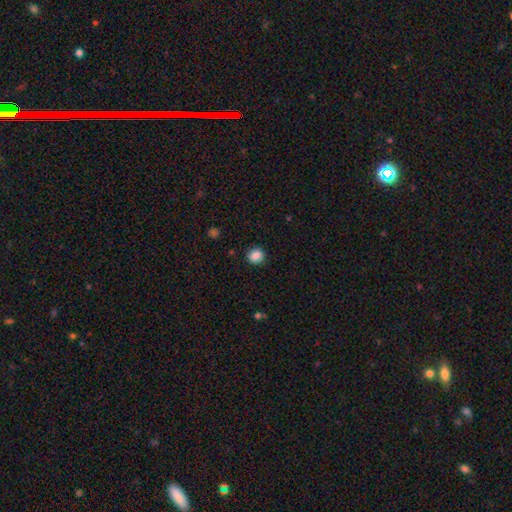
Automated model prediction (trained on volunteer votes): Overall: smooth (86%). How rounded: round (87%). Merging: none (90%).